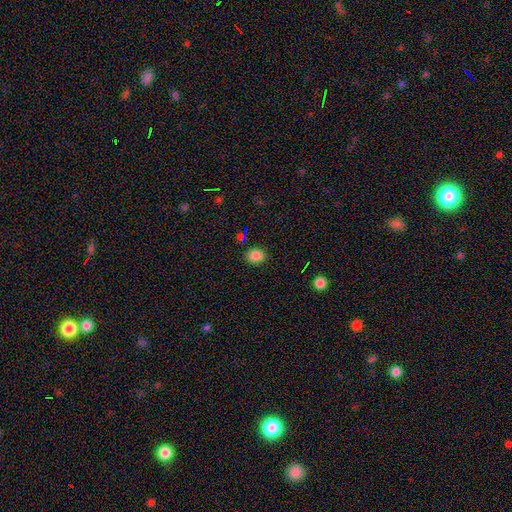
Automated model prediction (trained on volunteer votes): Overall: smooth (84%). How rounded: round (56%; in between 43%). Merging: none (88%).